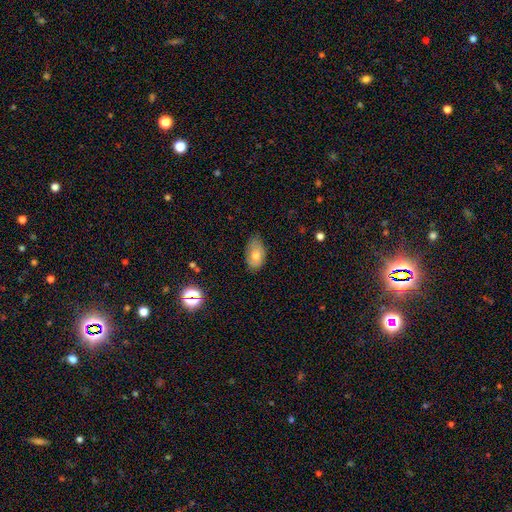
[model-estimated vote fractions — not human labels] Smooth or featured?
  - smooth: 69% *
  - featured or disk: 21%
  - star or artifact: 10%
How rounded?
  - in between: 91% *
  - round: 8%
  - cigar-shaped: 2%
Merging?
  - none: 69% *
  - minor disturbance: 25%
  - major disturbance: 4%
  - merger: 1%